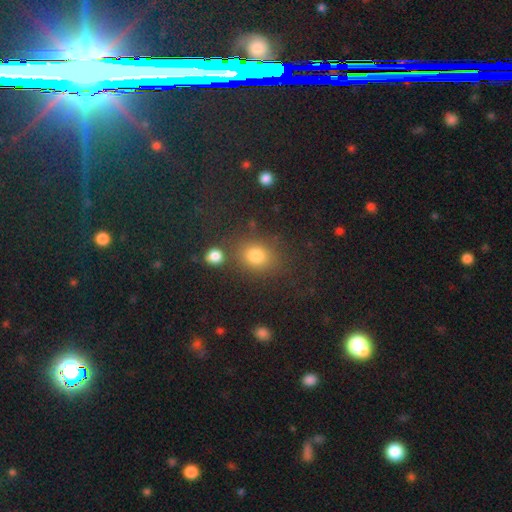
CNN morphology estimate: smooth-or-featured: smooth: 78% | star or artifact: 15% | featured or disk: 8%
  how-rounded: round: 56% | in between: 43% | cigar-shaped: 1%
  merging: none: 73% | minor disturbance: 12% | merger: 10% | major disturbance: 5%